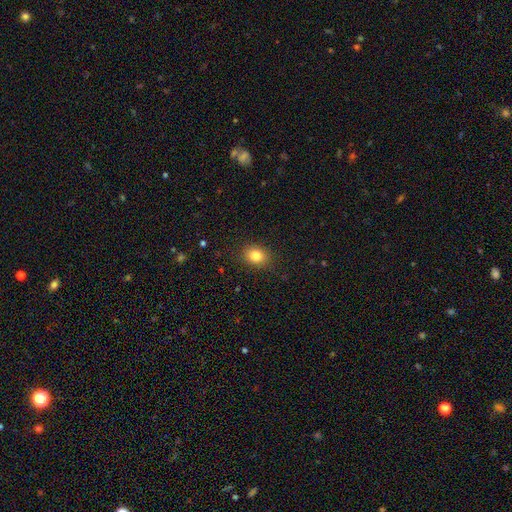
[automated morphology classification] smooth-or-featured: smooth: 83% | star or artifact: 11% | featured or disk: 7%
  how-rounded: round: 53% | in between: 46% | cigar-shaped: 1%
  merging: none: 88% | minor disturbance: 9% | major disturbance: 3% | merger: 1%